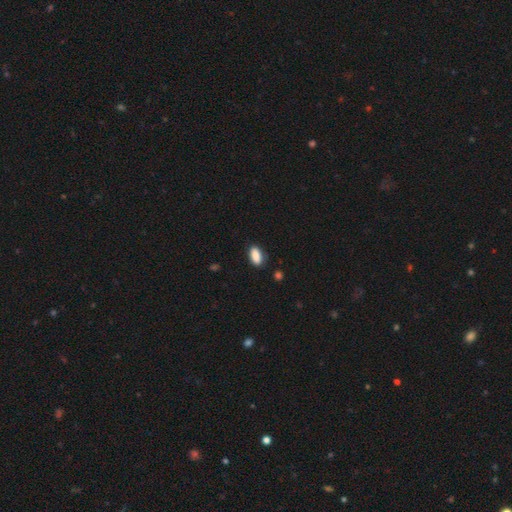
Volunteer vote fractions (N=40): Smooth or featured: smooth — 90% (star or artifact — 8%)
How rounded: in between — 75% (cigar-shaped — 22%)
Merging: none — 84% (minor disturbance — 14%)